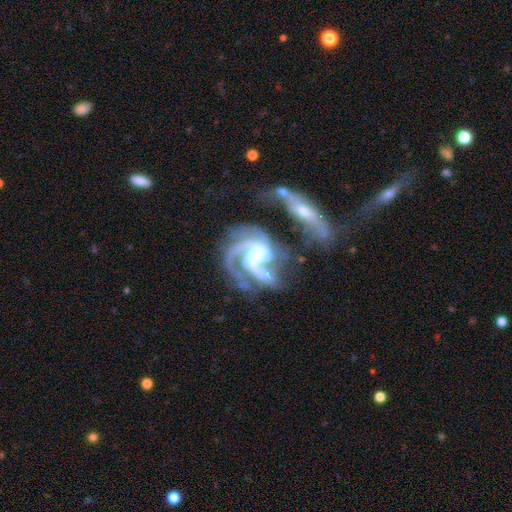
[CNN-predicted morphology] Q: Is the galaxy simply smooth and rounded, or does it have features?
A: featured or disk — 90%.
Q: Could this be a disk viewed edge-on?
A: no — 97%.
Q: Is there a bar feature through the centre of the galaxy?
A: weak — 41%.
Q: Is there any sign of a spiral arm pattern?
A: yes — 97%.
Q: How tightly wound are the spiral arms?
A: medium — 51%.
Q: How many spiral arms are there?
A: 3 — 45%.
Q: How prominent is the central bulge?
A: moderate — 52%.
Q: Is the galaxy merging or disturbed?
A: merger — 42%.